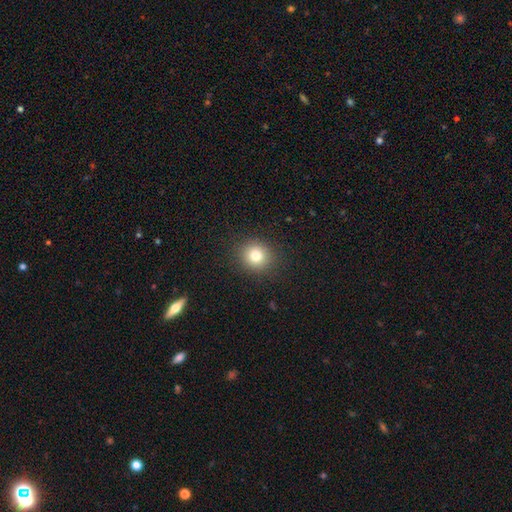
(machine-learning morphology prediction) Smooth or featured?
  - smooth: 79% *
  - star or artifact: 13%
  - featured or disk: 8%
How rounded?
  - round: 88% *
  - in between: 12%
  - cigar-shaped: 1%
Merging?
  - none: 90% *
  - minor disturbance: 7%
  - major disturbance: 3%
  - merger: 1%